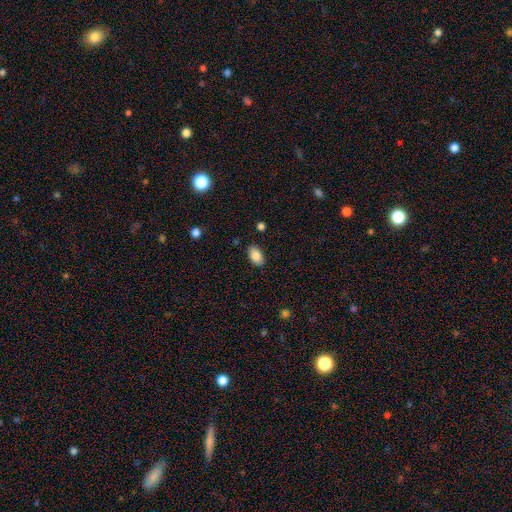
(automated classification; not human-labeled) smooth-or-featured: smooth: 85% | star or artifact: 8% | featured or disk: 7%
  how-rounded: in between: 91% | round: 7% | cigar-shaped: 1%
  merging: none: 87% | minor disturbance: 10% | major disturbance: 2% | merger: 1%